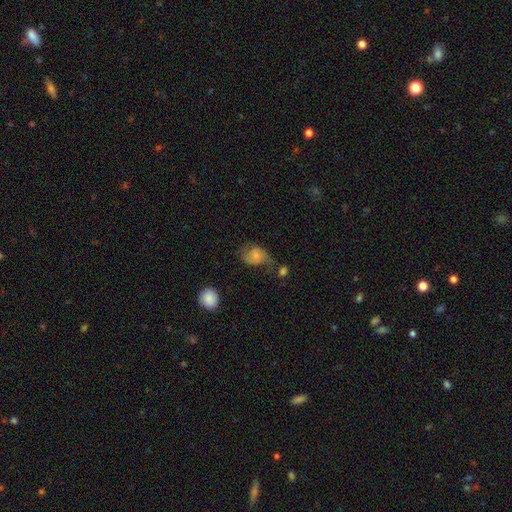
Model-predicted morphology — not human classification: Q: Smooth or featured?
A: smooth (52%); runner-up: featured or disk (39%)
Q: How rounded?
A: in between (62%); runner-up: round (37%)
Q: Merging?
A: none (40%); runner-up: minor disturbance (30%)